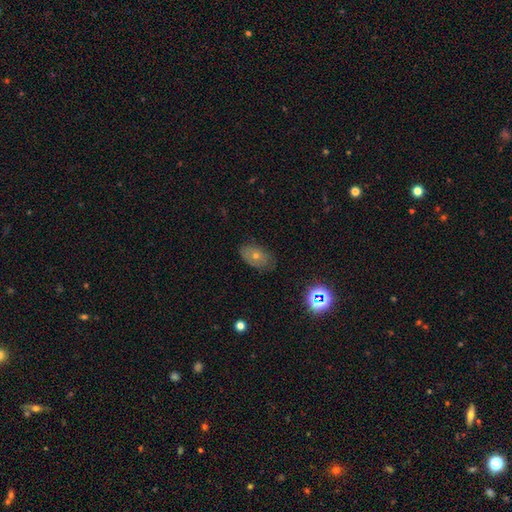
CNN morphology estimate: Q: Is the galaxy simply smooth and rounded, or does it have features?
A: smooth — 48%.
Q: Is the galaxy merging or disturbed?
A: none — 77%.